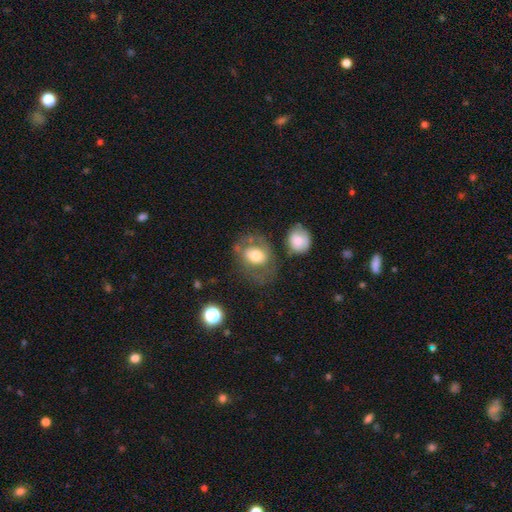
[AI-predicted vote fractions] Morphology: type=smooth (58%); roundness=in between (51%); merging=none (58%).